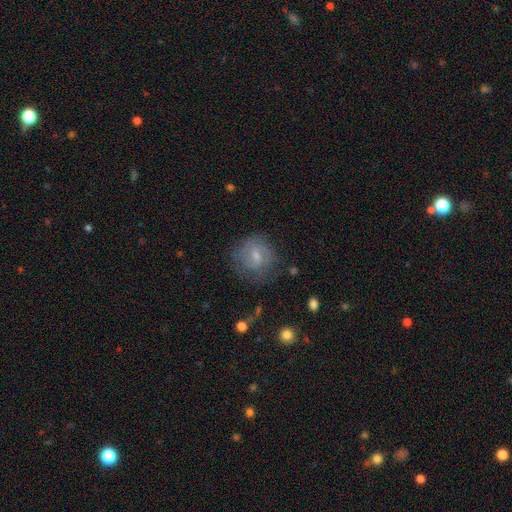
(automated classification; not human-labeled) Smooth or featured?
  - featured or disk: 47% *
  - smooth: 45%
  - star or artifact: 9%
Merging?
  - none: 67% *
  - minor disturbance: 20%
  - major disturbance: 11%
  - merger: 2%